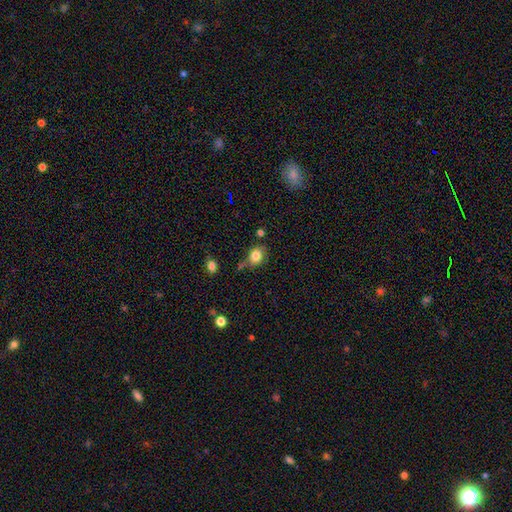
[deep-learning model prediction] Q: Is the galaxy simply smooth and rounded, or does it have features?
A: smooth — 82%.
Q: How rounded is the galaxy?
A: round — 59%.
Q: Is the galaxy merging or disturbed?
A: none — 66%.